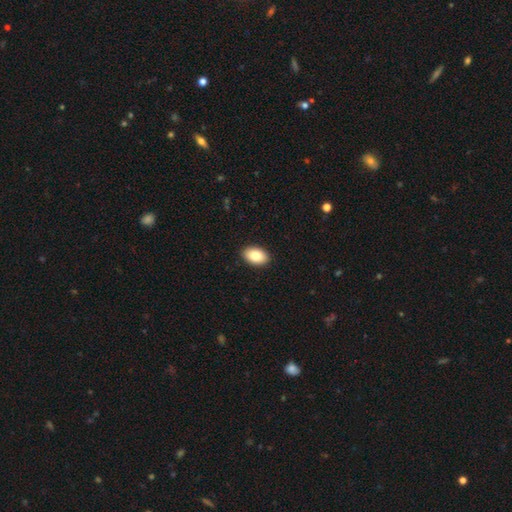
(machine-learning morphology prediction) The model was most divided on "smooth or featured": smooth: 85%, featured or disk: 8%, star or artifact: 7%. More confident: how rounded — in between (92%); merging — none (91%).